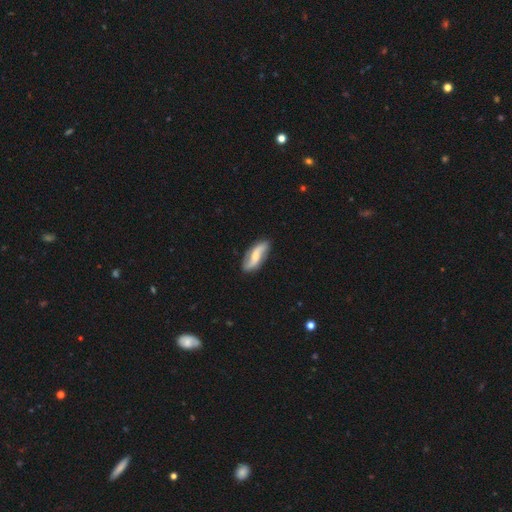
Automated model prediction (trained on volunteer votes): This appears to be a featured or disk galaxy (73%) with a weak bar (42%), 2 (91%) loose (70%) spiral arms (94%) and a moderate central bulge (46%). Merging: none (82%).